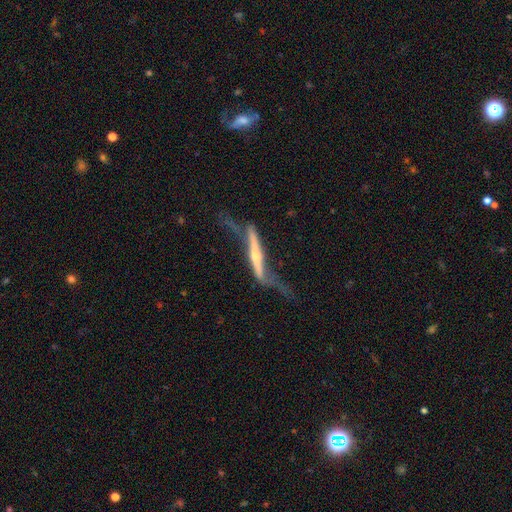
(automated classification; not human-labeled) This is likely a featured or disk galaxy (78%). It is likely viewed edge-on (76%). Edge-on bulge: likely rounded (66%). Merging: marginally major disturbance (37%).